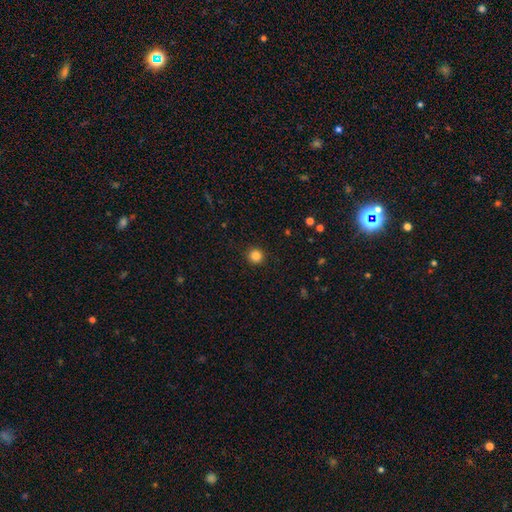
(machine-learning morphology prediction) type=smooth (86%); roundness=round (95%); merging=none (93%).